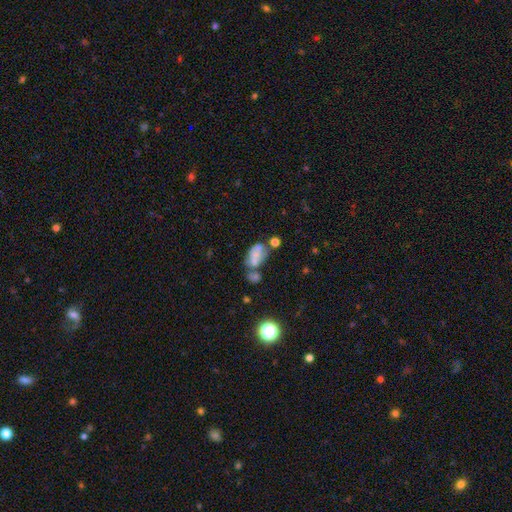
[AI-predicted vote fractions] Morphology: type=smooth (48%); merging=merger (47%).